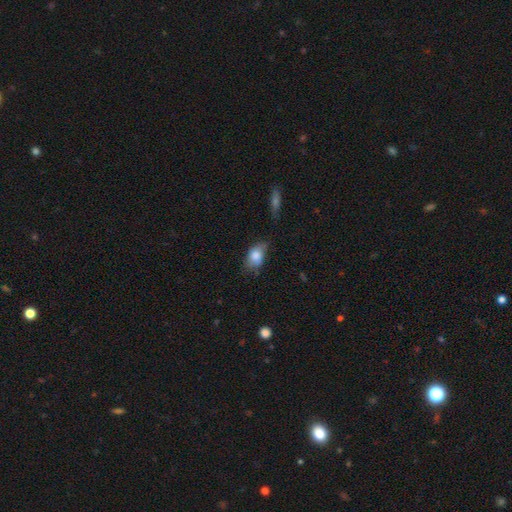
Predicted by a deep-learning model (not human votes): smooth-or-featured: smooth: 79% | featured or disk: 13% | star or artifact: 8%
  how-rounded: in between: 84% | round: 13% | cigar-shaped: 3%
  merging: none: 51% | minor disturbance: 35% | major disturbance: 11% | merger: 3%